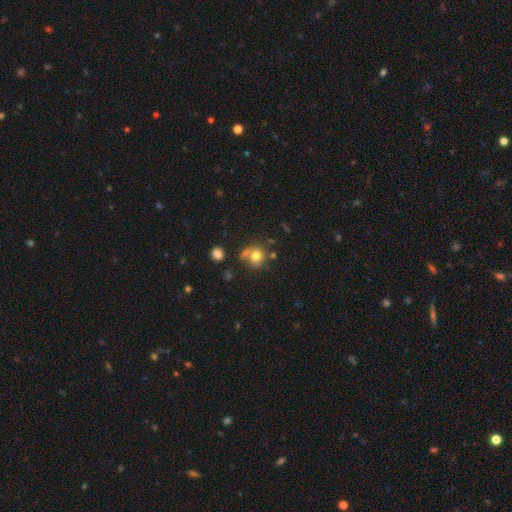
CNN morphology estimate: type=smooth (75%); roundness=round (84%); merging=none (57%).